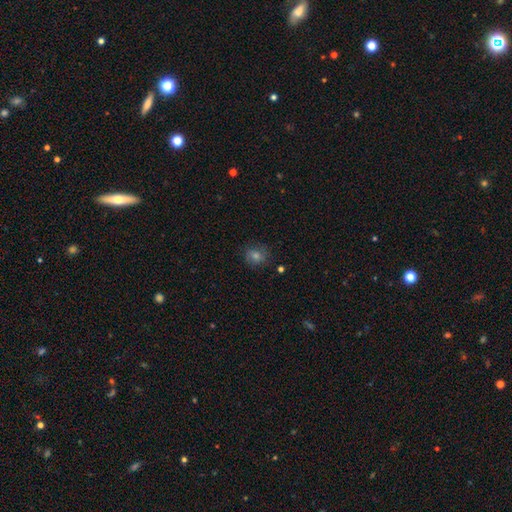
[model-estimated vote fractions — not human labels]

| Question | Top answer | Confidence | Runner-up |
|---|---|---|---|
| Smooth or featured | smooth | 58% | star or artifact (22%) |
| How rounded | round | 80% | in between (19%) |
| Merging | none | 81% | minor disturbance (13%) |